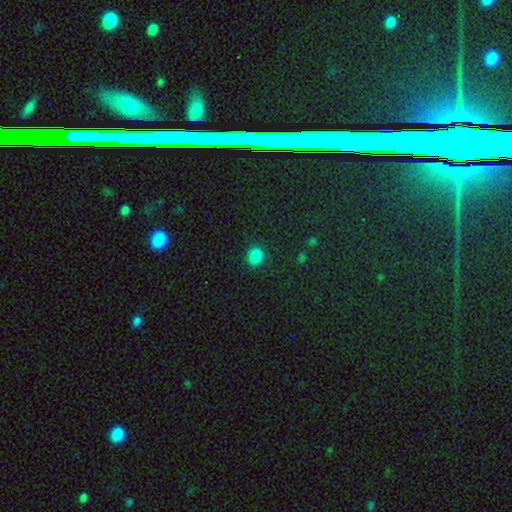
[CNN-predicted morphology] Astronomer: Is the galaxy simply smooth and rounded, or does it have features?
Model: smooth — 84%.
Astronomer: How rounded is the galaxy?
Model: round — 69%.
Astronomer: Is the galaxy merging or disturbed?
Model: none — 88%.